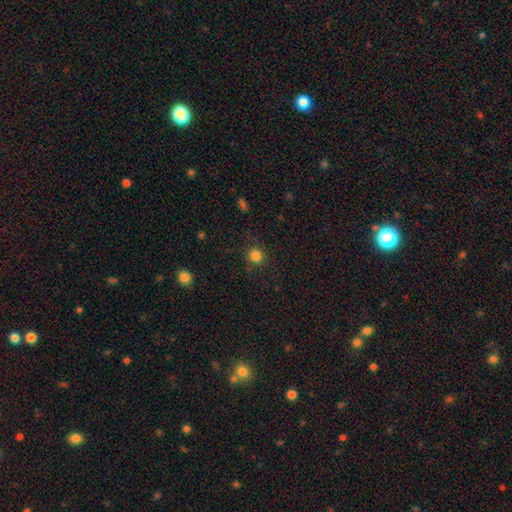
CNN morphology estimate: type=smooth (83%); roundness=round (88%); merging=none (86%).